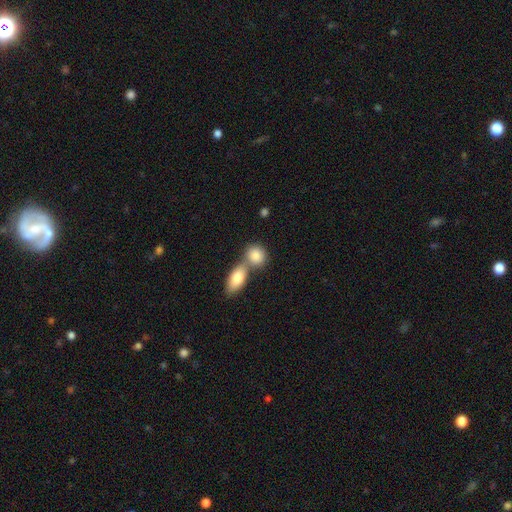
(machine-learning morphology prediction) Smooth or featured: smooth — 85% (featured or disk — 9%)
How rounded: round — 53% (in between — 44%)
Merging: merger — 52% (none — 38%)